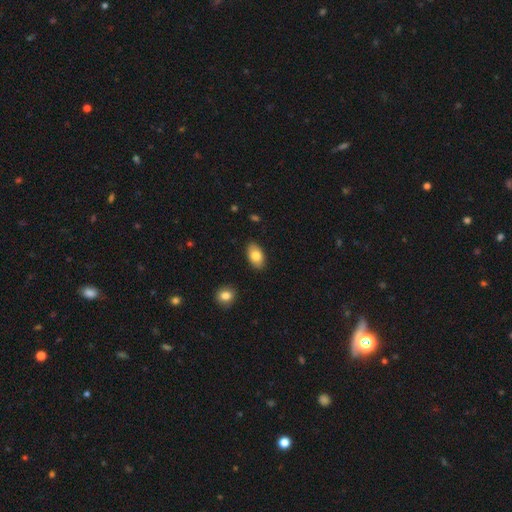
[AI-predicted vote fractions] The model was most divided on "smooth or featured": smooth: 81%, featured or disk: 12%, star or artifact: 7%. More confident: how rounded — in between (93%); merging — none (88%).